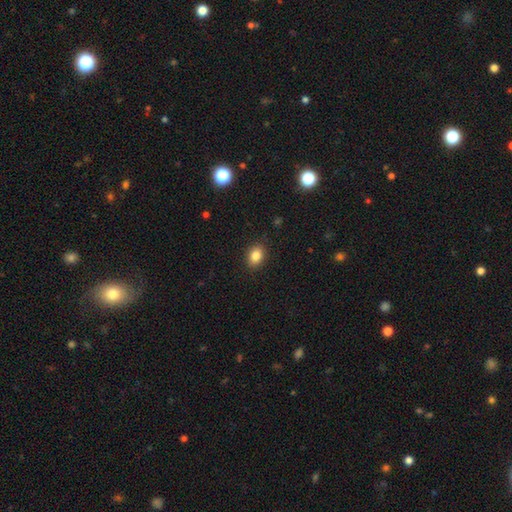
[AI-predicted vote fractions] Morphology: type=smooth (84%); roundness=in between (69%); merging=none (89%).